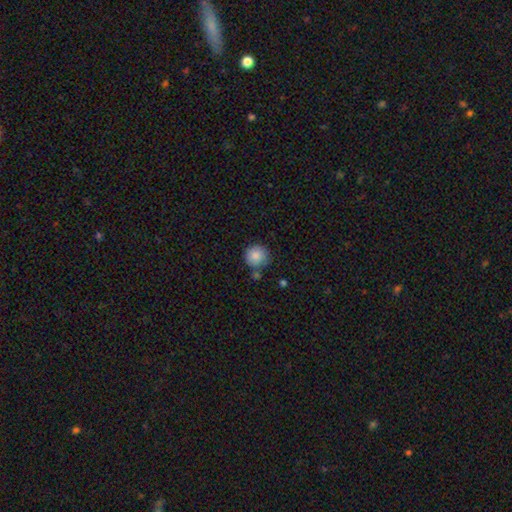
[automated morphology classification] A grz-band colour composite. It shows a smooth galaxy with no disk features (86%) that is round (93%). Merging: none (75%).